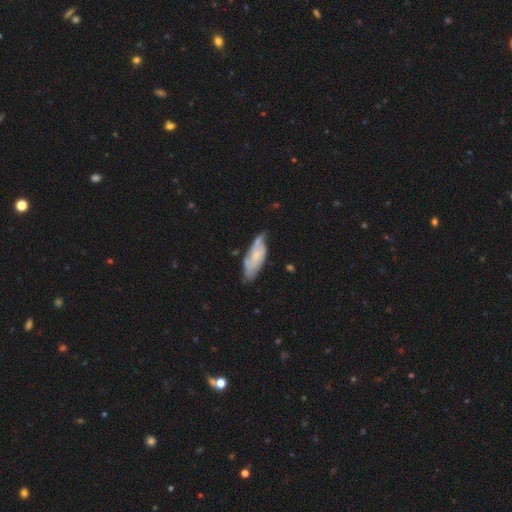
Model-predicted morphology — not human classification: Smooth or featured? Predicted: featured or disk (p=0.51). Edge-on disk? Predicted: no (p=0.81). Merging? Predicted: none (p=0.59).